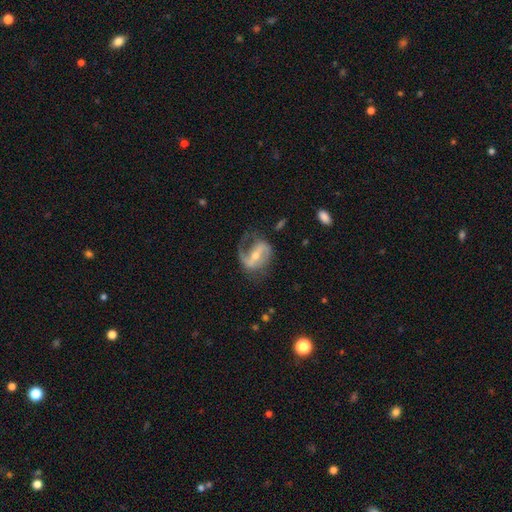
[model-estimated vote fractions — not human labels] Smooth or featured?
  - featured or disk: 84% *
  - smooth: 10%
  - star or artifact: 6%
Edge-on disk?
  - no: 96% *
  - yes: 4%
Bar?
  - strong: 53% *
  - weak: 34%
  - no: 13%
Spiral arms?
  - yes: 92% *
  - no: 8%
Spiral winding?
  - medium: 44% *
  - loose: 40%
  - tight: 16%
Spiral arm count?
  - 2: 68% *
  - 1: 25%
  - can't tell: 5%
  - 3: 1%
  - 4: 1%
  - more than 4: 1%
Bulge size?
  - moderate: 49% *
  - small: 46%
  - large: 2%
  - none: 2%
  - dominant: 1%
Merging?
  - none: 56% *
  - minor disturbance: 21%
  - major disturbance: 21%
  - merger: 2%